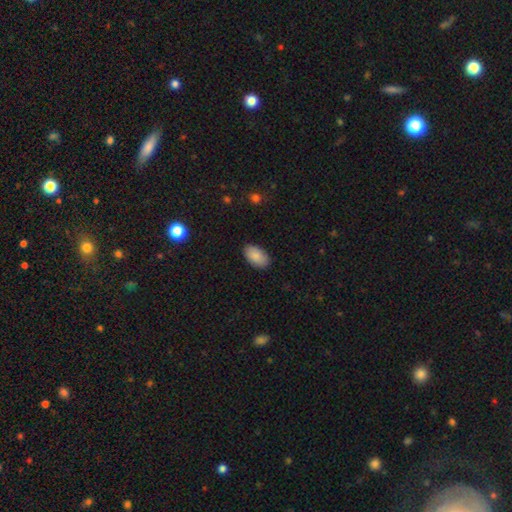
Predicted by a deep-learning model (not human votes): smooth_or_featured: smooth (p=0.88) [alt: star or artifact p=0.07]
how_rounded: in between (p=0.94) [alt: round p=0.04]
merging: none (p=0.87) [alt: minor disturbance p=0.10]